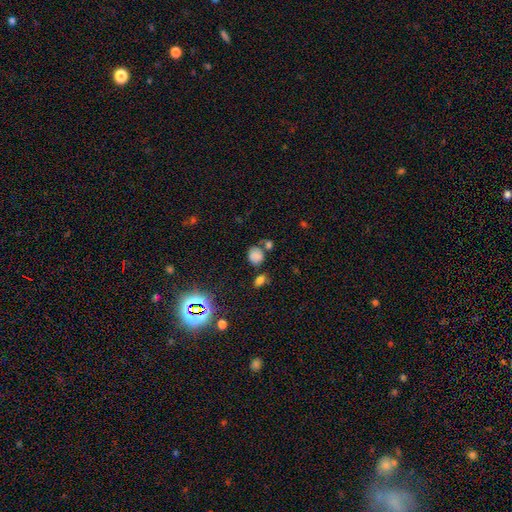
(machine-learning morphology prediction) A smooth galaxy with no disk features (71%) that is round (58%).

Vote fractions:
- Smooth or featured? smooth: 71% / star or artifact: 20% / featured or disk: 9%
- How rounded? round: 58% / in between: 40% / cigar-shaped: 1%
- Merging? none: 56% / merger: 20% / minor disturbance: 17% / major disturbance: 7%